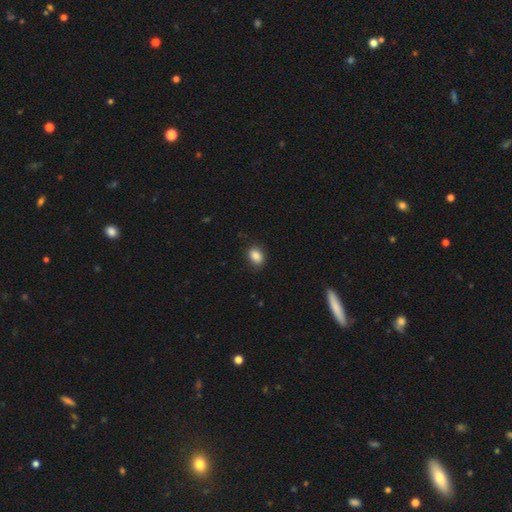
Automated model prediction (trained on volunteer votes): This is clearly a smooth galaxy (88%). How rounded: likely in between (71%). Merging: clearly none (84%).